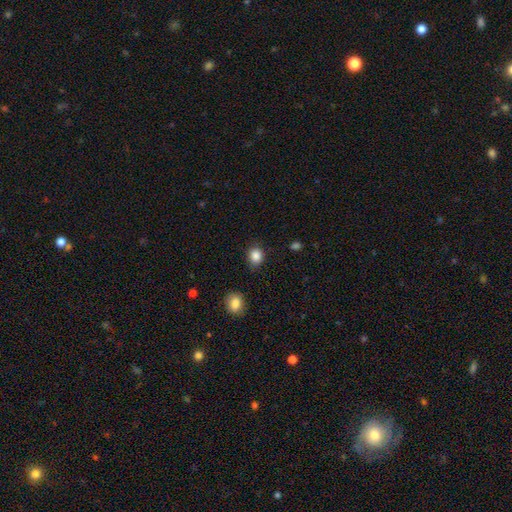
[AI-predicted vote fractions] Smooth or featured? smooth (86%)
How rounded? round (65%)
Merging? none (82%)